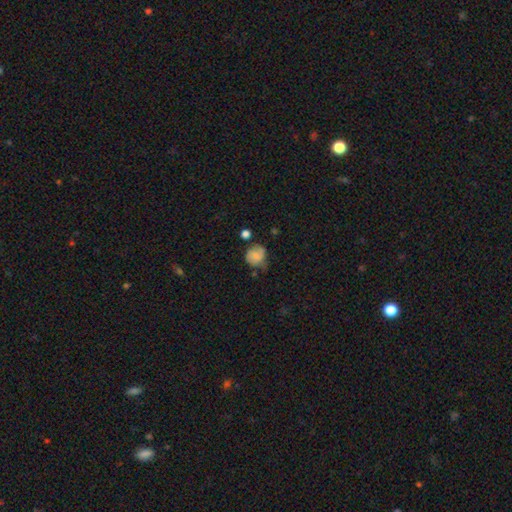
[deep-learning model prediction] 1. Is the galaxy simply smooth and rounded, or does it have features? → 68% smooth, 23% featured or disk, 9% star or artifact.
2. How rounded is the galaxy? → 75% round, 24% in between, 1% cigar-shaped.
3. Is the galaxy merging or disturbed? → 50% none, 33% minor disturbance, 11% major disturbance, 6% merger.